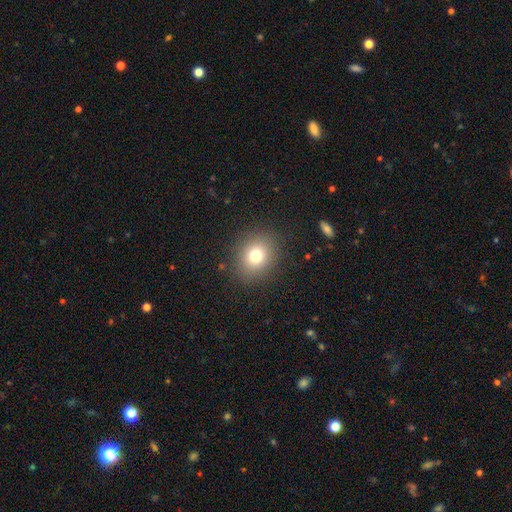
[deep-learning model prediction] smooth_or_featured: smooth (p=0.77) [alt: star or artifact p=0.13]
how_rounded: round (p=0.67) [alt: in between p=0.32]
merging: none (p=0.87) [alt: minor disturbance p=0.08]